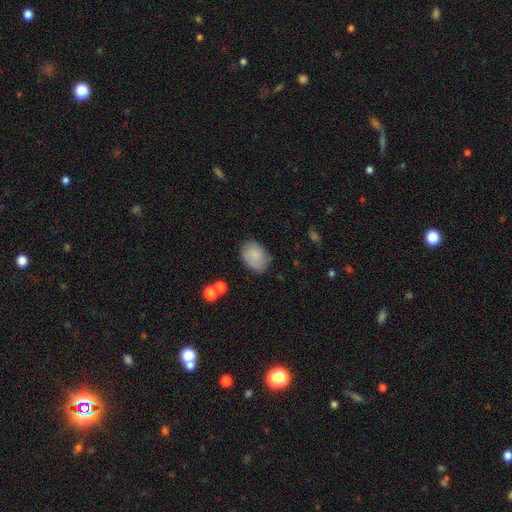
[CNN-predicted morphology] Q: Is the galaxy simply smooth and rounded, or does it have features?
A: smooth — 81%.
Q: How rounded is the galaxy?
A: in between — 75%.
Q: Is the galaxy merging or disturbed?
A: none — 74%.